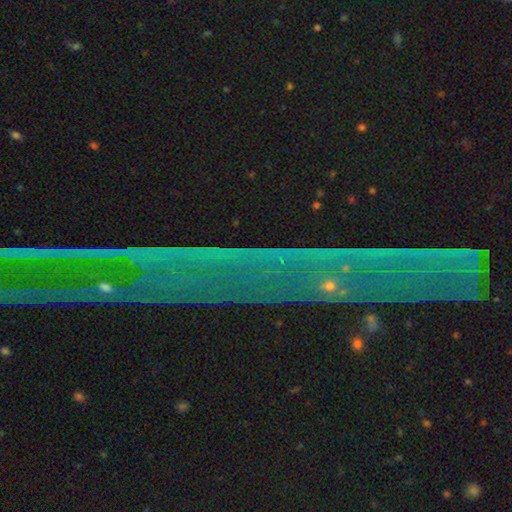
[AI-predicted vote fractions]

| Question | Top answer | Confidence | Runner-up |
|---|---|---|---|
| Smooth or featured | star or artifact | 81% | featured or disk (11%) |